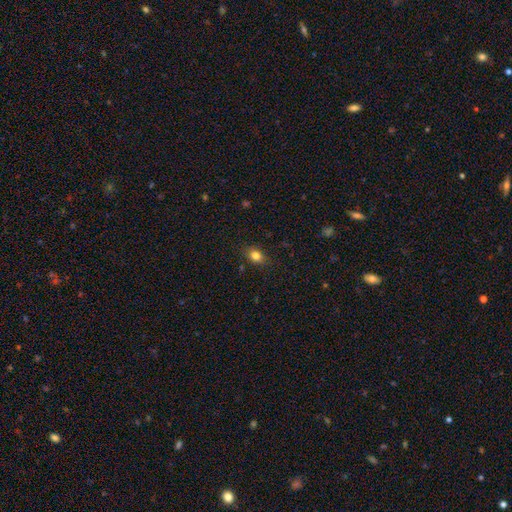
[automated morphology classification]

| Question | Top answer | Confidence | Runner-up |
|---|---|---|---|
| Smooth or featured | smooth | 81% | star or artifact (11%) |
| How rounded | in between | 67% | round (31%) |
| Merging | none | 85% | minor disturbance (11%) |